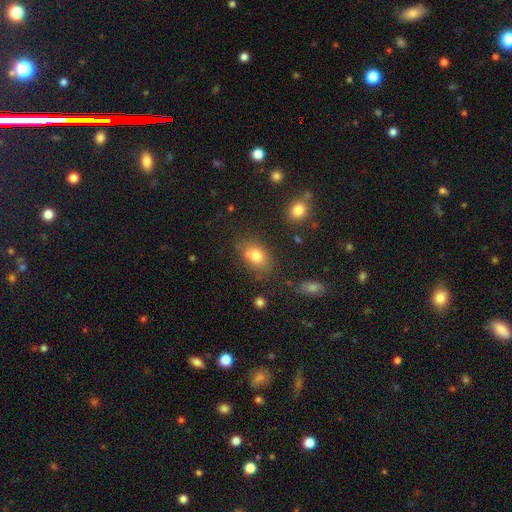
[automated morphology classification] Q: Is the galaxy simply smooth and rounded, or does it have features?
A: smooth — 76%.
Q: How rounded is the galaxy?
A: in between — 73%.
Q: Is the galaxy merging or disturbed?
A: none — 63%.